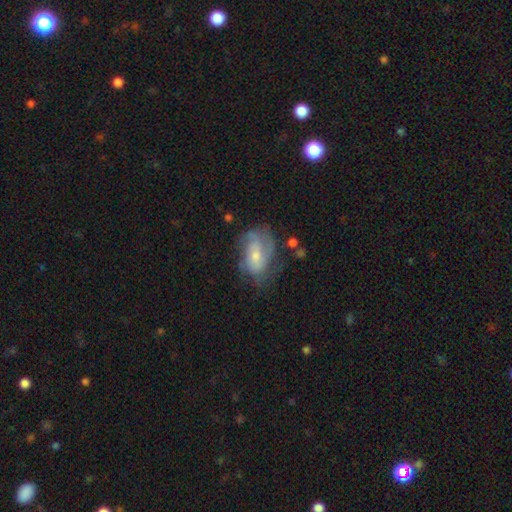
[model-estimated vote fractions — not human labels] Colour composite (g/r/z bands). It shows a featured or disk galaxy (65%) with no bar (61%), tight (43%) spiral arms (81%) and a small central bulge (54%). Merging: none (53%).